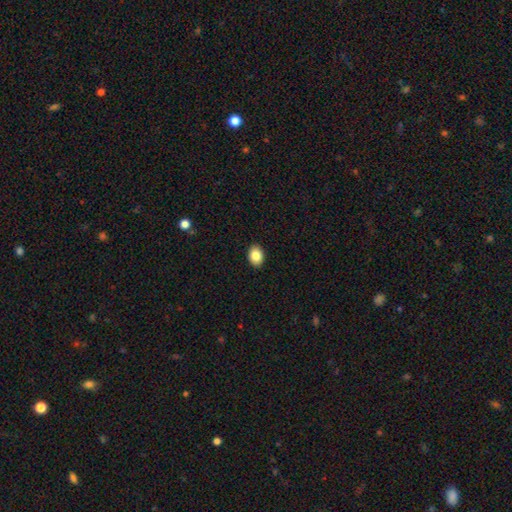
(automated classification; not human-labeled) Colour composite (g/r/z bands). It shows a smooth galaxy with no disk features (85%) that is in between round and cigar-shaped (75%). Merging: none (91%).